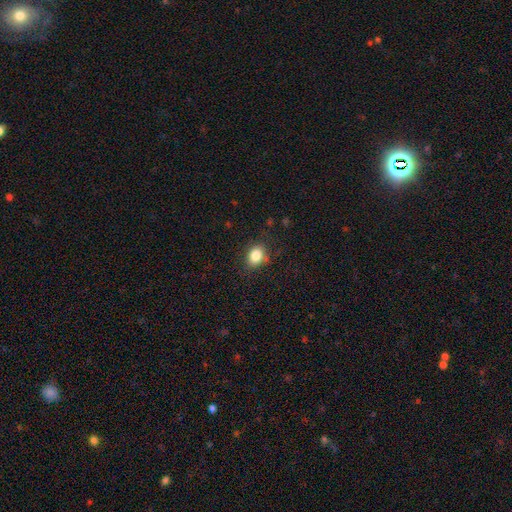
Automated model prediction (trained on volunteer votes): smooth-or-featured: smooth: 84% | star or artifact: 10% | featured or disk: 6%
  how-rounded: in between: 64% | round: 34% | cigar-shaped: 1%
  merging: none: 80% | minor disturbance: 14% | major disturbance: 4% | merger: 1%